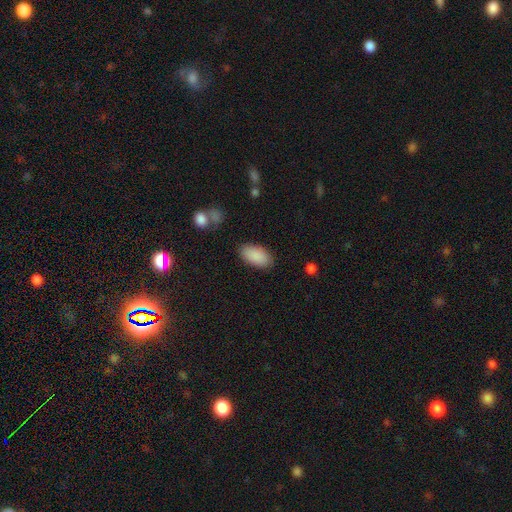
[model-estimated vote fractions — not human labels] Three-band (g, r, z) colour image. It shows a smooth galaxy with no disk features (89%) that is in between round and cigar-shaped (94%). Merging: none (87%).